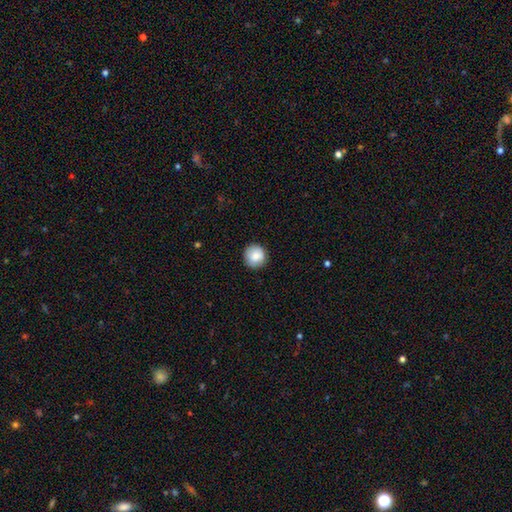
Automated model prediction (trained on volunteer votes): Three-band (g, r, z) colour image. It shows a smooth galaxy with no disk features (81%) that is round (95%). Merging: none (89%).